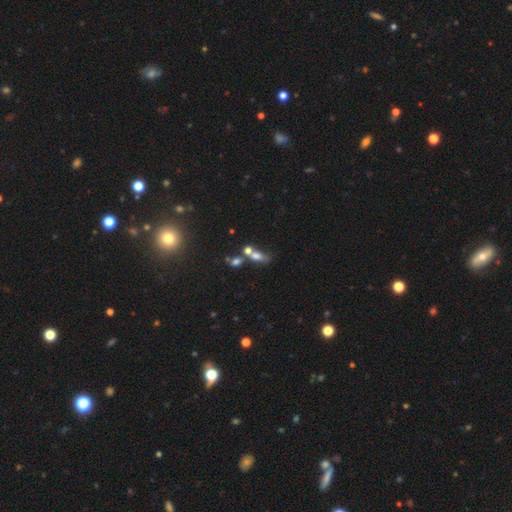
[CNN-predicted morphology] Q: Smooth or featured?
A: smooth (64%); runner-up: featured or disk (20%)
Q: How rounded?
A: in between (67%); runner-up: round (23%)
Q: Merging?
A: merger (55%); runner-up: none (28%)